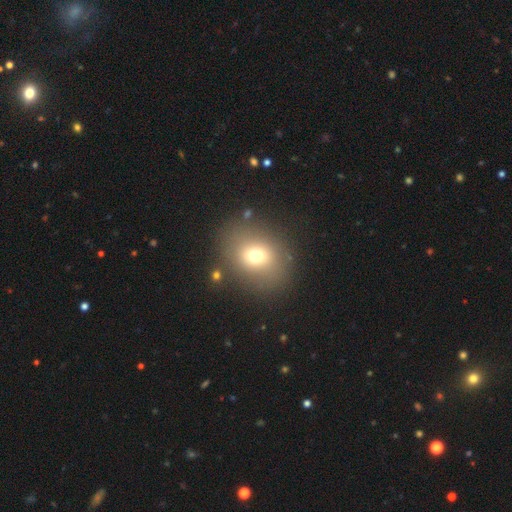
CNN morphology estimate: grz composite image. It shows a smooth galaxy with no disk features (70%) that is round (58%). Merging: none (81%).